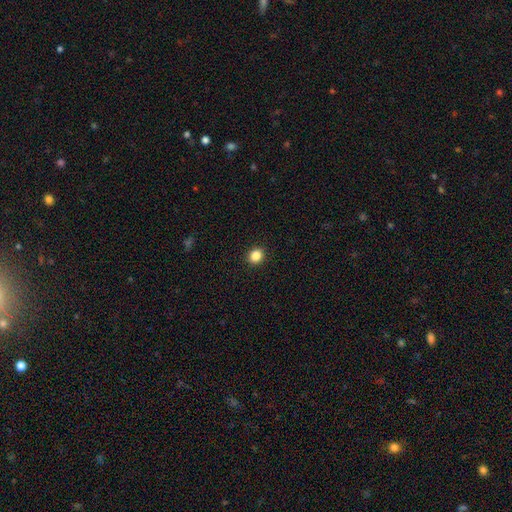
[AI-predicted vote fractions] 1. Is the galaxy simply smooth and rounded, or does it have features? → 85% smooth, 11% star or artifact, 4% featured or disk.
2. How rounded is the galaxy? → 72% round, 27% in between, 1% cigar-shaped.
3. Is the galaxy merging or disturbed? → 92% none, 5% minor disturbance, 2% major disturbance, 1% merger.